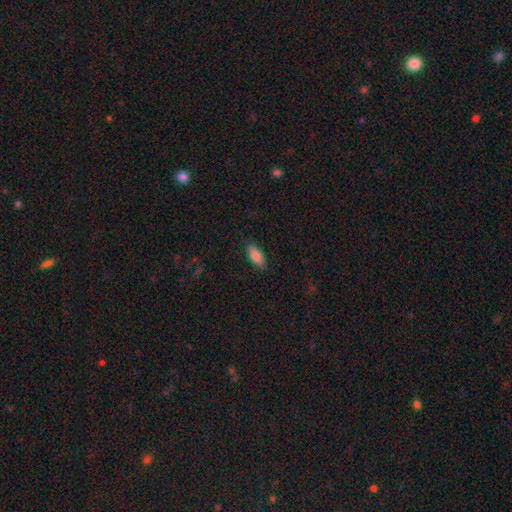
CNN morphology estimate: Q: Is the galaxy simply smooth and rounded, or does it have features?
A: smooth — 86%.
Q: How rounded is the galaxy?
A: in between — 85%.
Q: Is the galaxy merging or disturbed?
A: none — 86%.